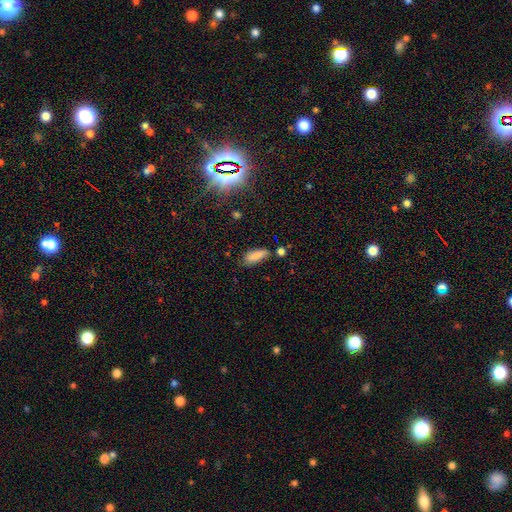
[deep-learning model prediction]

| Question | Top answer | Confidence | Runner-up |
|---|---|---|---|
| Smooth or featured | smooth | 83% | star or artifact (10%) |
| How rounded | in between | 57% | cigar-shaped (41%) |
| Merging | none | 64% | minor disturbance (23%) |